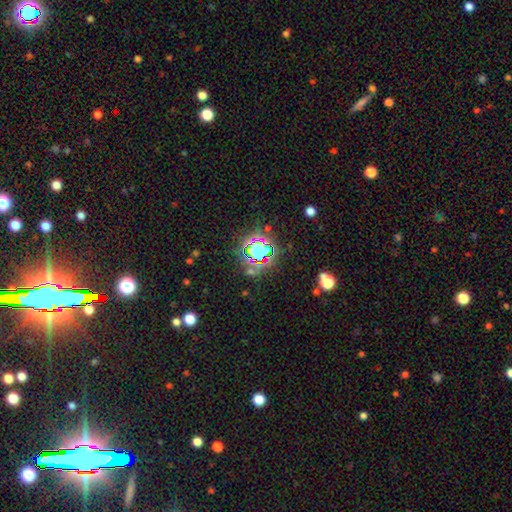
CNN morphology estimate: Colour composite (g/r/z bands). It shows a star or artifact, not a galaxy (78%).